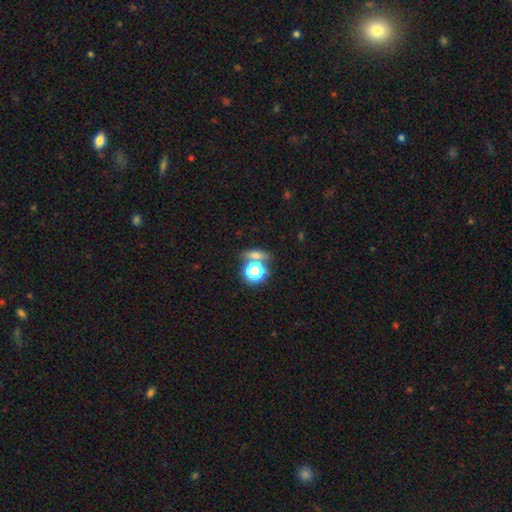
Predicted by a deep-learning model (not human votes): This is likely a smooth galaxy (63%). How rounded: possibly round (49%). Merging: likely none (62%).